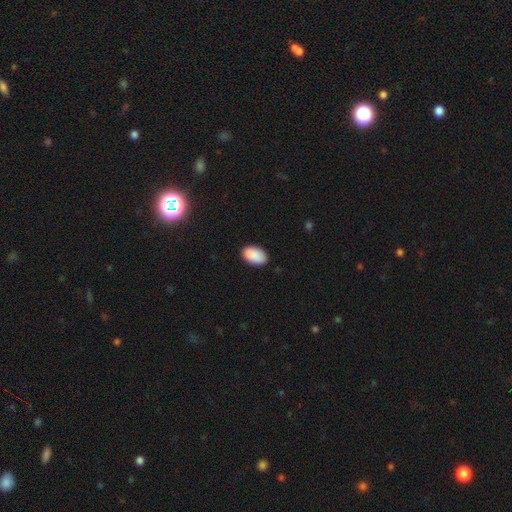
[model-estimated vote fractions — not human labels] Smooth or featured?
  - smooth: 89% *
  - star or artifact: 7%
  - featured or disk: 4%
How rounded?
  - in between: 94% *
  - round: 5%
  - cigar-shaped: 1%
Merging?
  - none: 85% *
  - minor disturbance: 12%
  - major disturbance: 2%
  - merger: 1%